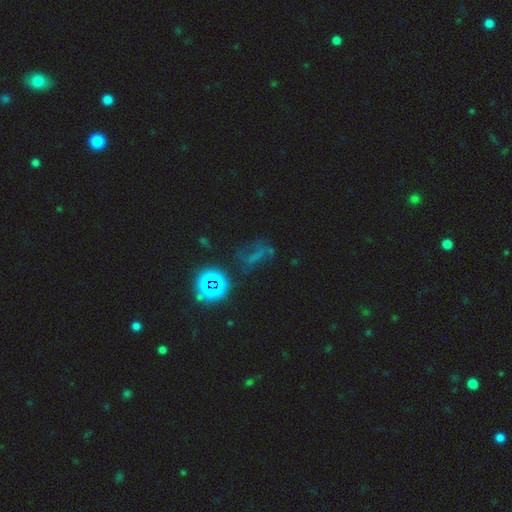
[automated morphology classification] The model was most divided on "smooth or featured": star or artifact: 51%, smooth: 25%, featured or disk: 24%.